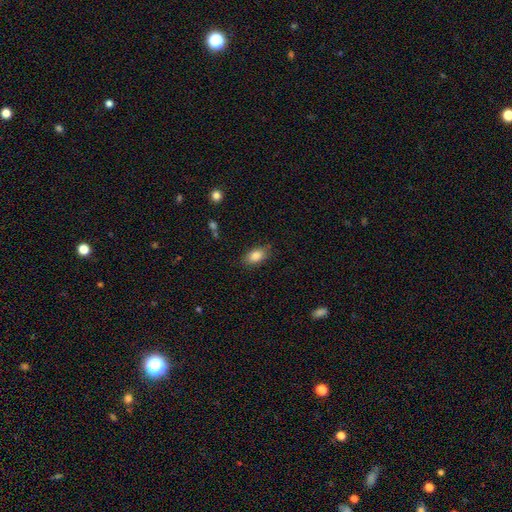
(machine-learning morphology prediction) Smooth or featured? smooth (85%)
How rounded? in between (89%)
Merging? none (83%)